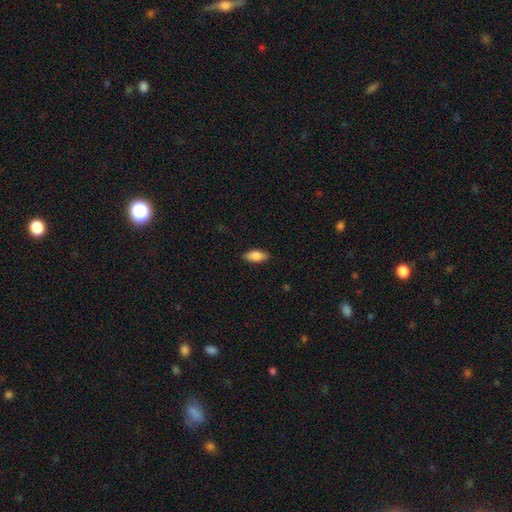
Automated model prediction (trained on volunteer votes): This appears to be a smooth galaxy with no disk features (82%) that is in between round and cigar-shaped (85%). Merging: none (87%).